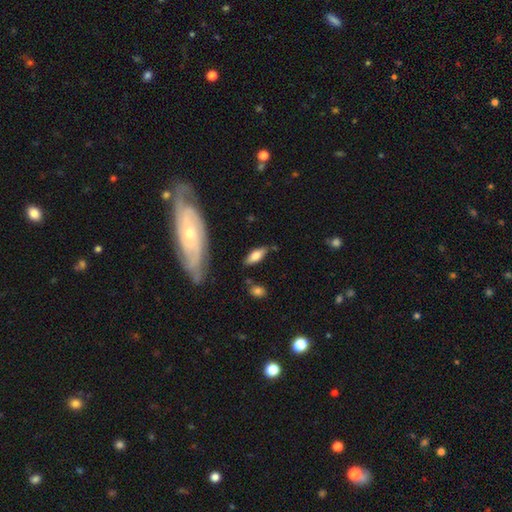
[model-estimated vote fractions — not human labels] A smooth galaxy with no disk features (64%) that is in between round and cigar-shaped (68%). Merging: none (77%).